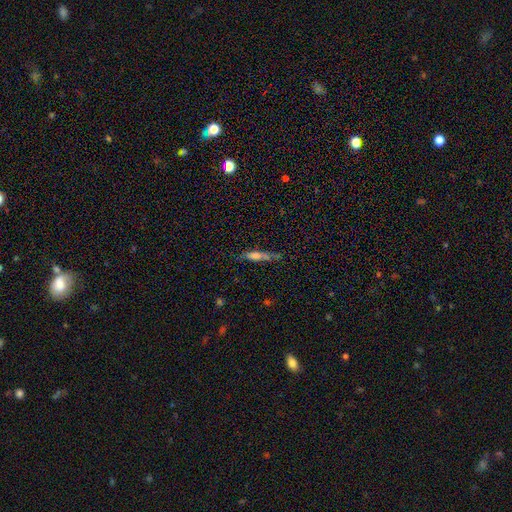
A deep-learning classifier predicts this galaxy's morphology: type=smooth (52%); roundness=cigar-shaped (79%); merging=none (63%).